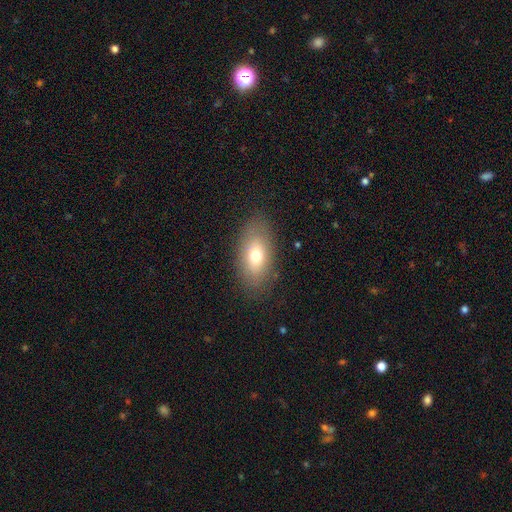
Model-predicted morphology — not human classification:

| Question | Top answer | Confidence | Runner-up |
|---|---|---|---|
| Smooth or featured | smooth | 71% | featured or disk (20%) |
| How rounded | in between | 88% | round (8%) |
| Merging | none | 82% | minor disturbance (12%) |